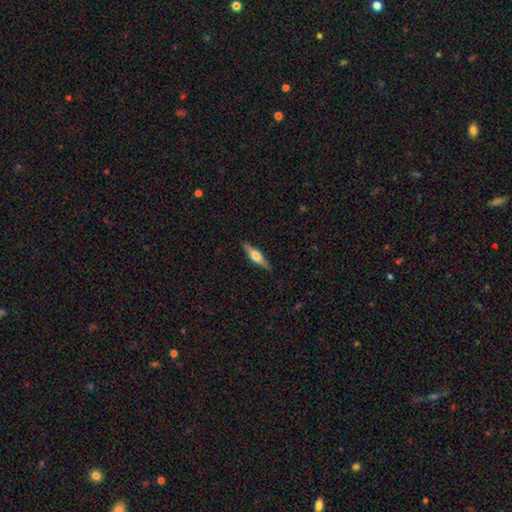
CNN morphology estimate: type=featured or disk (56%); edge-on=yes (95%); edge-on bulge=rounded (90%); merging=none (88%).